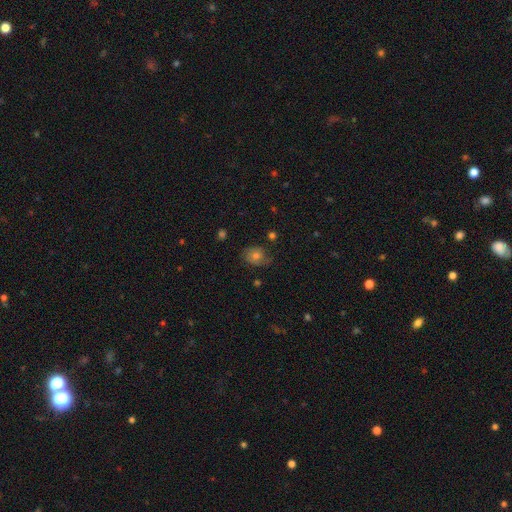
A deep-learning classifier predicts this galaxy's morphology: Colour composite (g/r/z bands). It shows a smooth galaxy with no disk features (57%) that is round (56%). Merging: none (67%).